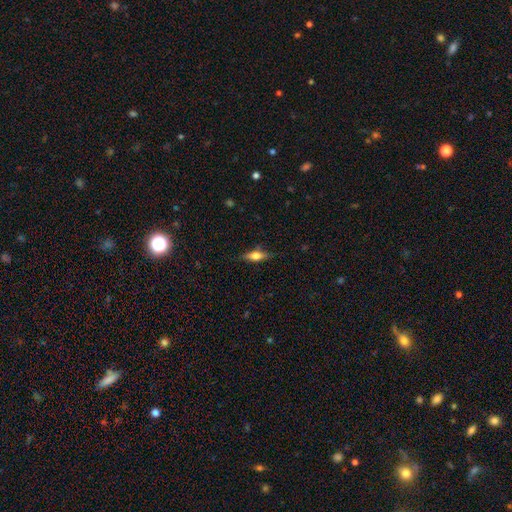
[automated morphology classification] Smooth or featured?
  - smooth: 53% *
  - featured or disk: 40%
  - star or artifact: 7%
How rounded?
  - in between: 51% *
  - cigar-shaped: 45%
  - round: 4%
Merging?
  - none: 81% *
  - minor disturbance: 14%
  - major disturbance: 3%
  - merger: 1%